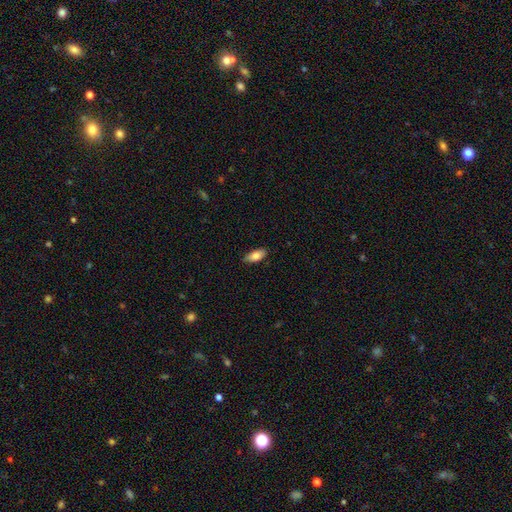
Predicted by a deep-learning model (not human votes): Smooth or featured?
  - smooth: 82% *
  - featured or disk: 12%
  - star or artifact: 7%
How rounded?
  - in between: 85% *
  - cigar-shaped: 12%
  - round: 2%
Merging?
  - none: 85% *
  - minor disturbance: 12%
  - major disturbance: 2%
  - merger: 1%